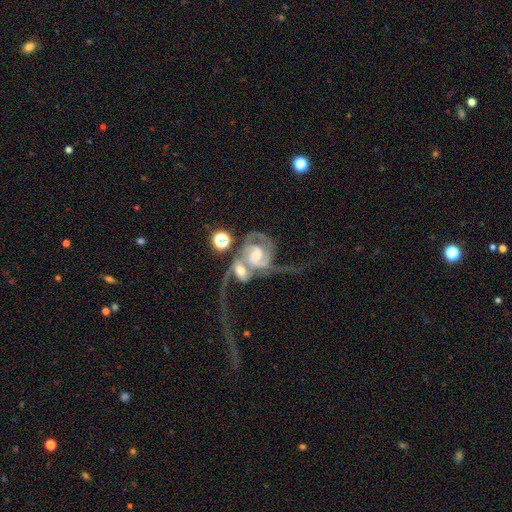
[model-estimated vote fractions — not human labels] Morphology: type=featured or disk (84%); edge-on=no (96%); bar=no (54%); spiral arms=yes (92%); winding=loose (36%); arm count=2 (58%); bulge=moderate (55%); merging=merger (69%).